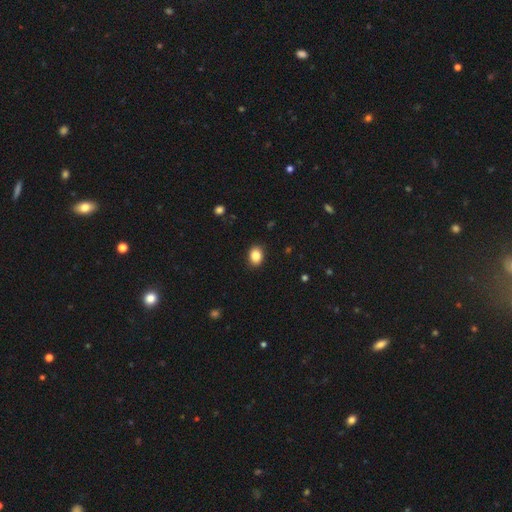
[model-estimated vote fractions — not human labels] A smooth galaxy with no disk features (87%) that is in between round and cigar-shaped (65%). Merging: none (89%).